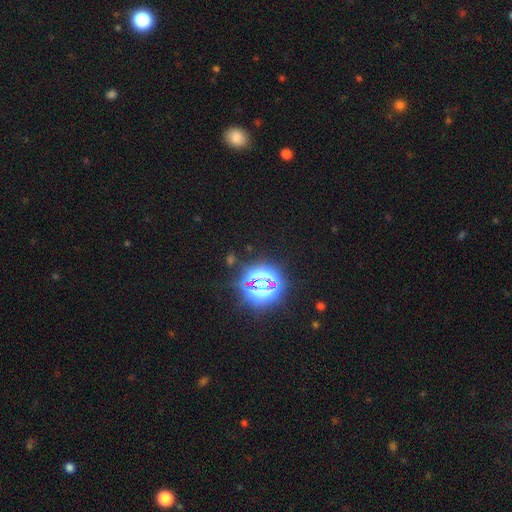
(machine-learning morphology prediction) Q: Smooth or featured?
A: star or artifact (80%); runner-up: smooth (14%)